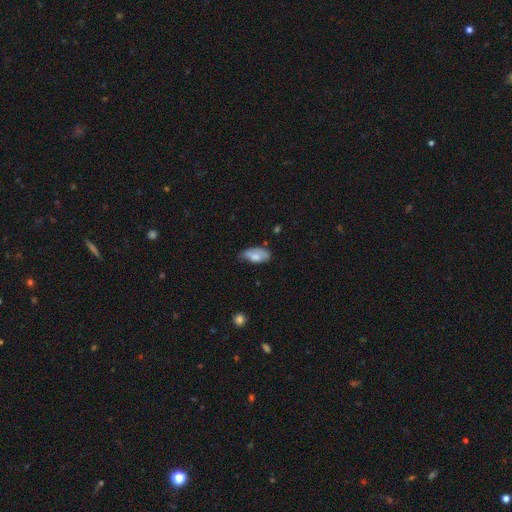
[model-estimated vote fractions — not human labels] Q: Smooth or featured?
A: smooth (73%); runner-up: featured or disk (20%)
Q: How rounded?
A: in between (93%); runner-up: cigar-shaped (5%)
Q: Merging?
A: none (45%); runner-up: minor disturbance (41%)